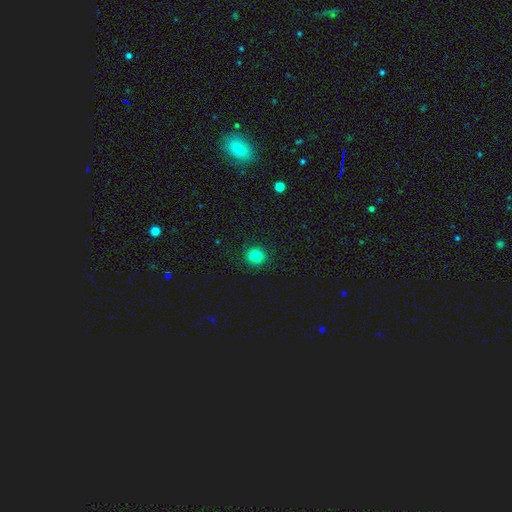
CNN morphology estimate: Q: Smooth or featured?
A: smooth (82%); runner-up: star or artifact (12%)
Q: How rounded?
A: round (89%); runner-up: in between (10%)
Q: Merging?
A: none (90%); runner-up: minor disturbance (7%)